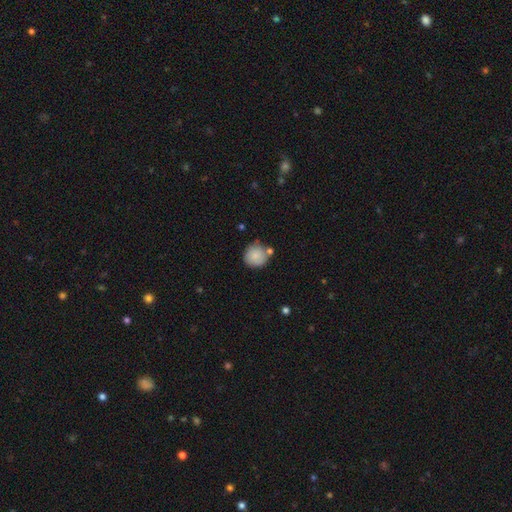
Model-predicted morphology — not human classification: This is clearly a smooth galaxy (85%). How rounded: clearly round (92%). Merging: likely none (69%).